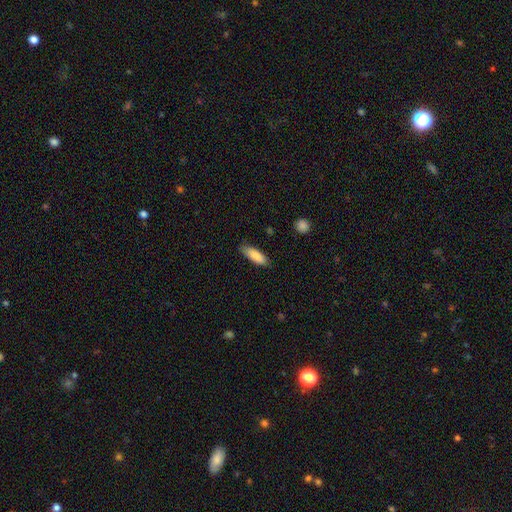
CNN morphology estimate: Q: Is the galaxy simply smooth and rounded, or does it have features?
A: smooth — 83%.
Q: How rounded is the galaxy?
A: in between — 58%.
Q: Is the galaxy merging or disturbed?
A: none — 81%.